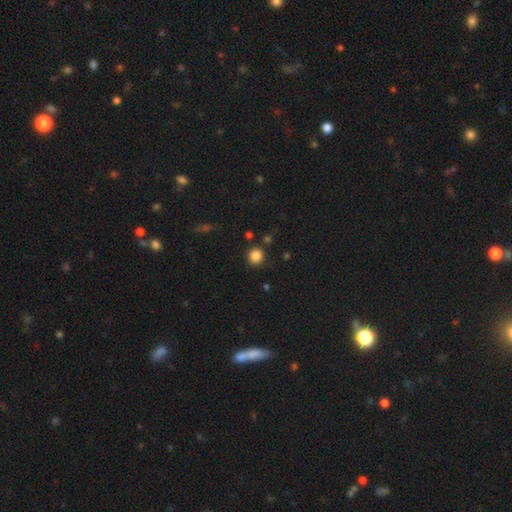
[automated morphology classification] type=smooth (85%); roundness=round (90%); merging=none (88%).